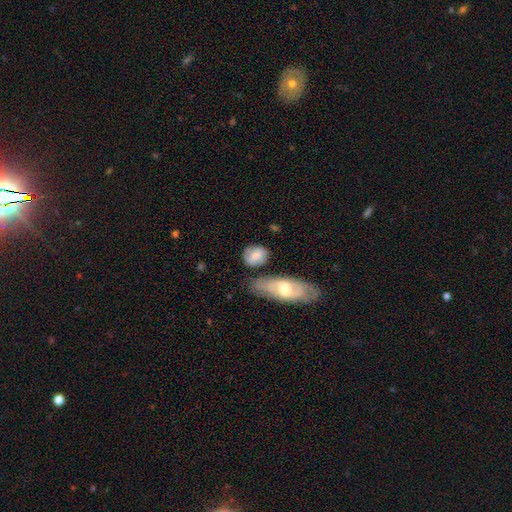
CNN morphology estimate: Smooth or featured: smooth — 71% (featured or disk — 23%)
How rounded: in between — 49% (round — 47%)
Merging: none — 61% (minor disturbance — 21%)